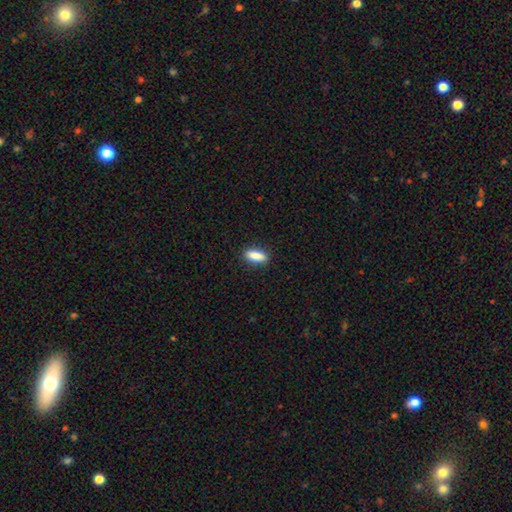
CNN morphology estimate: Smooth or featured: smooth — 86% (featured or disk — 7%)
How rounded: in between — 64% (cigar-shaped — 33%)
Merging: none — 88% (minor disturbance — 9%)